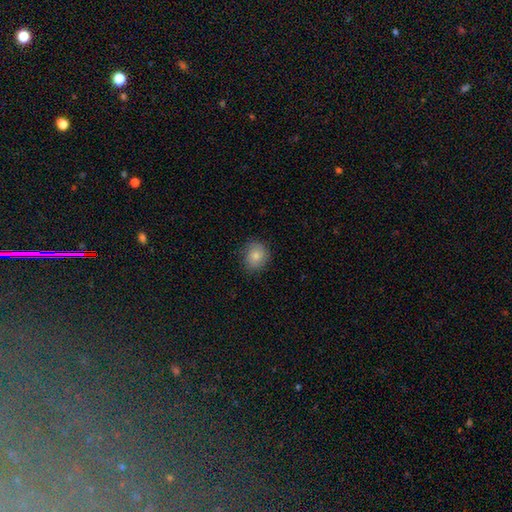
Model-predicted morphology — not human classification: The model was most divided on "how rounded": round: 73%, in between: 26%, cigar-shaped: 1%. More confident: smooth or featured — smooth (80%); merging — none (79%).